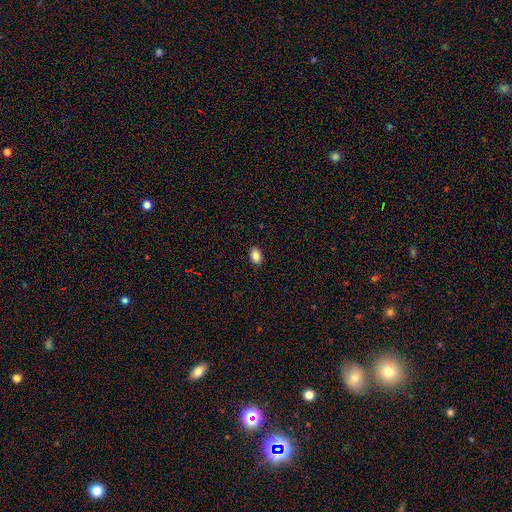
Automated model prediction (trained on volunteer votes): This is clearly a smooth galaxy (87%). How rounded: clearly in between (81%). Merging: clearly none (89%).